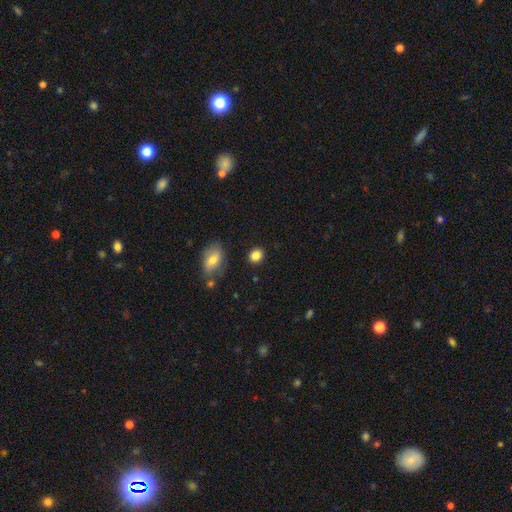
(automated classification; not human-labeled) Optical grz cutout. It shows a smooth galaxy with no disk features (85%) that is round (66%). Merging: none (87%).